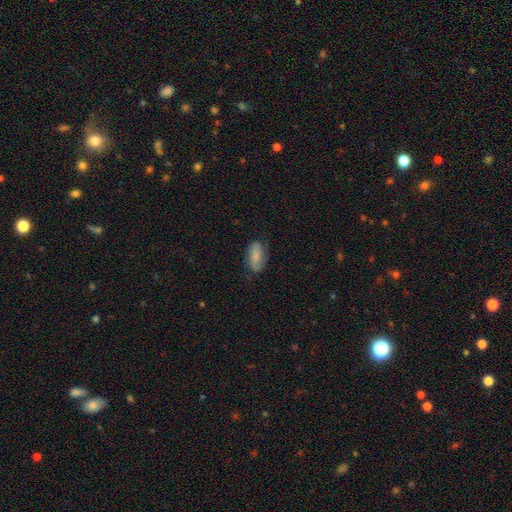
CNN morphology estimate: Q: Smooth or featured?
A: smooth (54%); runner-up: featured or disk (38%)
Q: How rounded?
A: in between (91%); runner-up: round (5%)
Q: Merging?
A: none (68%); runner-up: minor disturbance (22%)